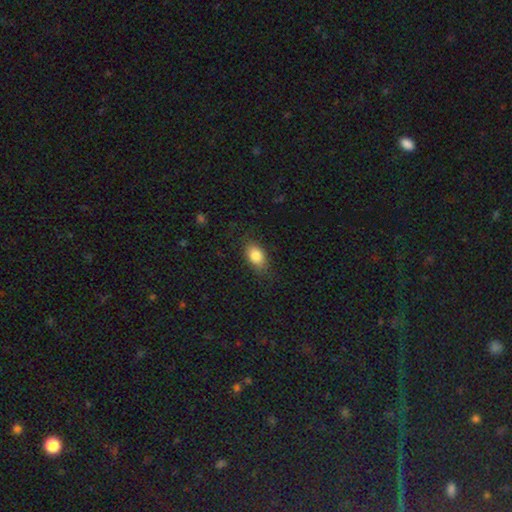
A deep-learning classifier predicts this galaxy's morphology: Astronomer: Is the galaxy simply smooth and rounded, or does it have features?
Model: smooth — 84%.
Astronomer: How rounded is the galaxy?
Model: in between — 86%.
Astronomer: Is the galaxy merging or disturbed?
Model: none — 80%.